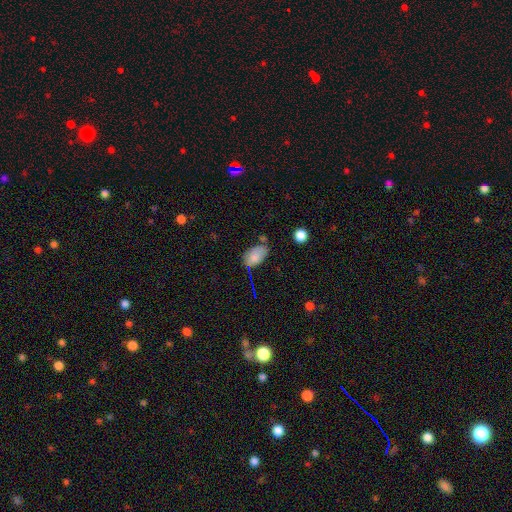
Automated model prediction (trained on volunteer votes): Smooth or featured? smooth (82%)
How rounded? in between (91%)
Merging? none (55%)